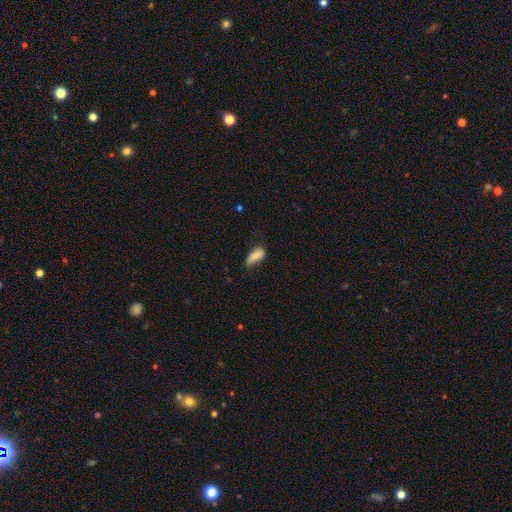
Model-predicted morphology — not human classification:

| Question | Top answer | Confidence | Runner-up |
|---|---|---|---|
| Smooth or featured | smooth | 83% | featured or disk (9%) |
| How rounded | in between | 85% | cigar-shaped (13%) |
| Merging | none | 52% | minor disturbance (37%) |